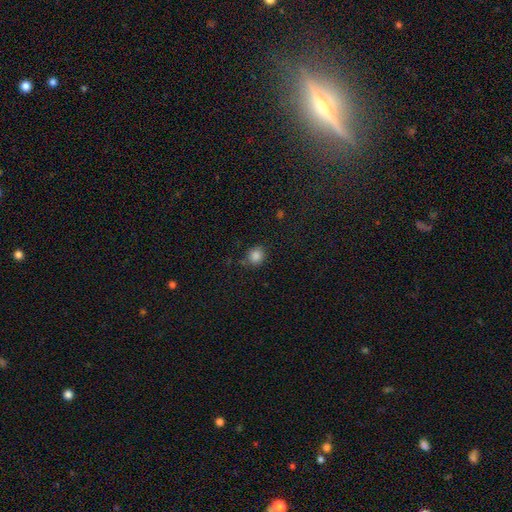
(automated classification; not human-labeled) This is clearly a smooth galaxy (85%). How rounded: clearly round (83%). Merging: likely none (75%).